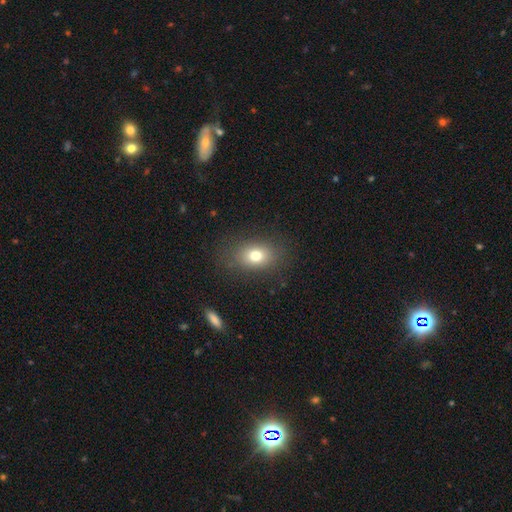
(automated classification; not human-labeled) Overall: smooth (75%). How rounded: in between (69%; round 30%). Merging: none (83%).